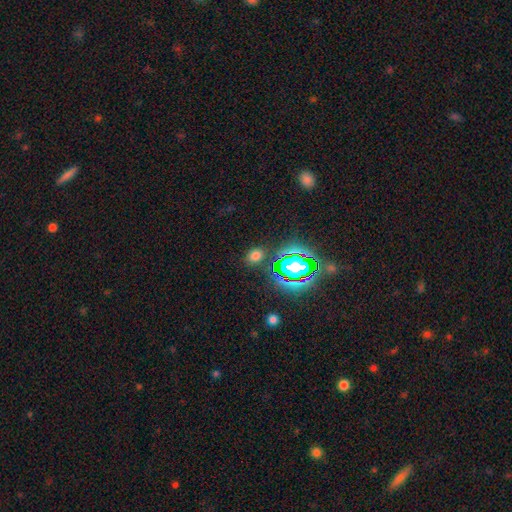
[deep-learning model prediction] The model was most divided on "how rounded": in between: 60%, round: 39%, cigar-shaped: 2%. More confident: merging — none (85%); smooth or featured — smooth (63%).